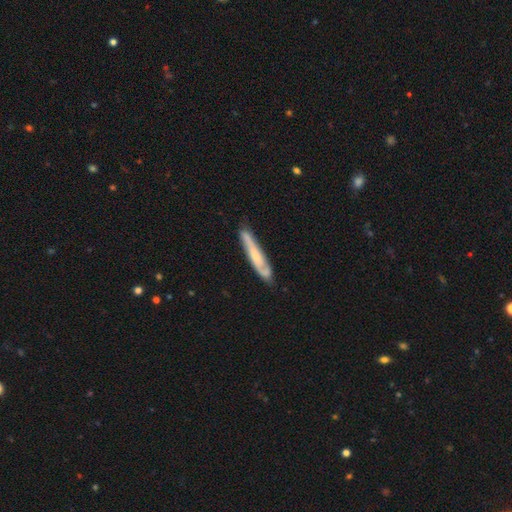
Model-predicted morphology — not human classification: A featured or disk galaxy (54%) viewed edge-on (64%).

Vote fractions:
- Smooth or featured? featured or disk: 54% / smooth: 40% / star or artifact: 6%
- Edge-on disk? yes: 64% / no: 36%
- Merging? none: 74% / minor disturbance: 19% / major disturbance: 4% / merger: 3%